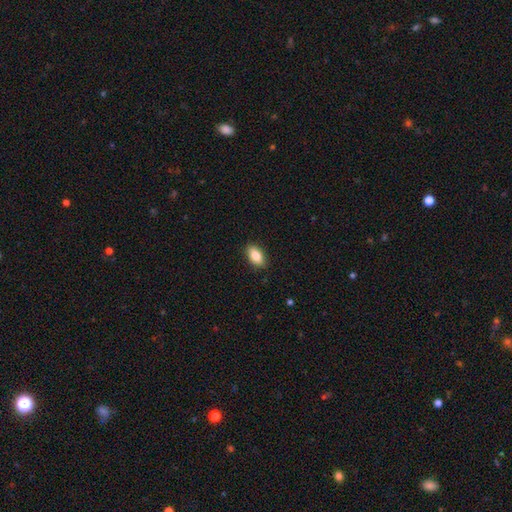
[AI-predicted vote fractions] Smooth or featured: smooth — 86% (featured or disk — 7%)
How rounded: in between — 91% (cigar-shaped — 5%)
Merging: none — 89% (minor disturbance — 8%)